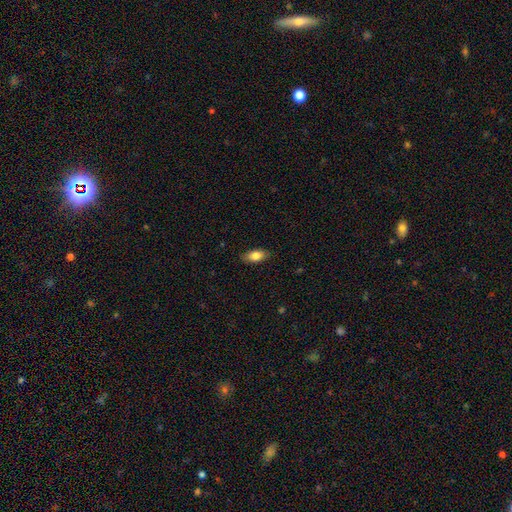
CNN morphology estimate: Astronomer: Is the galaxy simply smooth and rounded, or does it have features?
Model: smooth — 83%.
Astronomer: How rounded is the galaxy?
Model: in between — 89%.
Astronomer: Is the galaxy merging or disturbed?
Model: none — 85%.